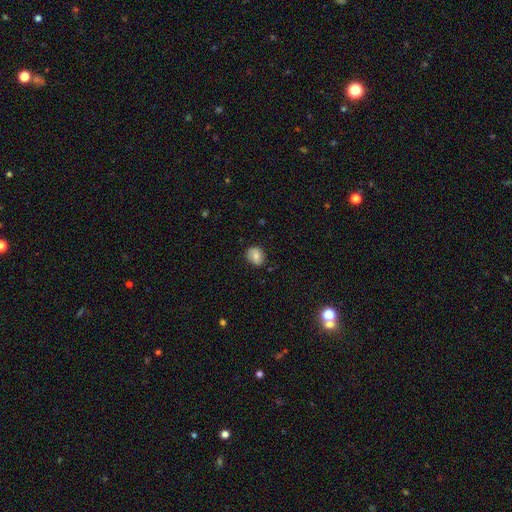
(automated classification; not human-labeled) Smooth or featured?
  - smooth: 74% *
  - featured or disk: 17%
  - star or artifact: 9%
How rounded?
  - round: 55% *
  - in between: 44%
  - cigar-shaped: 1%
Merging?
  - none: 79% *
  - minor disturbance: 17%
  - major disturbance: 3%
  - merger: 1%